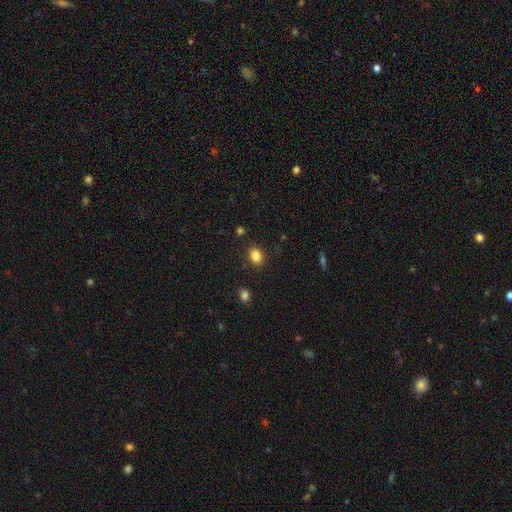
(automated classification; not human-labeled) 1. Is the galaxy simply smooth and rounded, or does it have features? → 84% smooth, 11% star or artifact, 5% featured or disk.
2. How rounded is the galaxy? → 53% in between, 46% round, 1% cigar-shaped.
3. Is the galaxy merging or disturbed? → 87% none, 9% minor disturbance, 2% major disturbance, 2% merger.